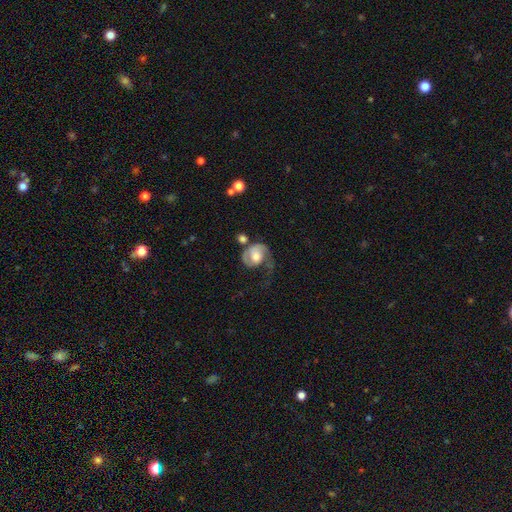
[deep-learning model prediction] smooth_or_featured: featured or disk (p=0.61) [alt: smooth p=0.33]
disk_edge_on: no (p=0.97) [alt: yes p=0.03]
bar: no (p=0.71) [alt: weak p=0.24]
has_spiral_arms: yes (p=0.80) [alt: no p=0.20]
bulge_size: moderate (p=0.55) [alt: large p=0.23]
merging: major disturbance (p=0.44) [alt: none p=0.27]